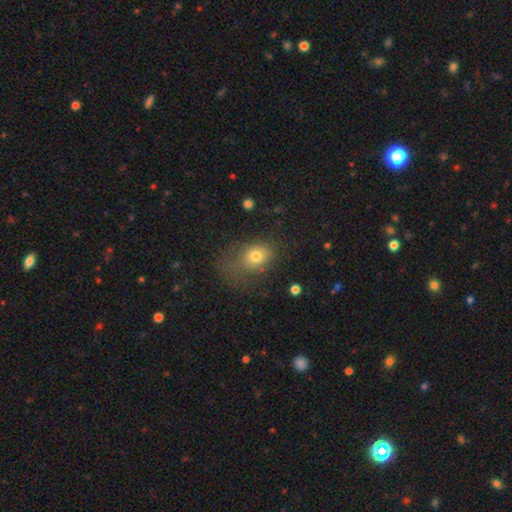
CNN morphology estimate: Smooth or featured: smooth — 75% (star or artifact — 13%)
How rounded: in between — 58% (round — 40%)
Merging: none — 47% (minor disturbance — 25%)